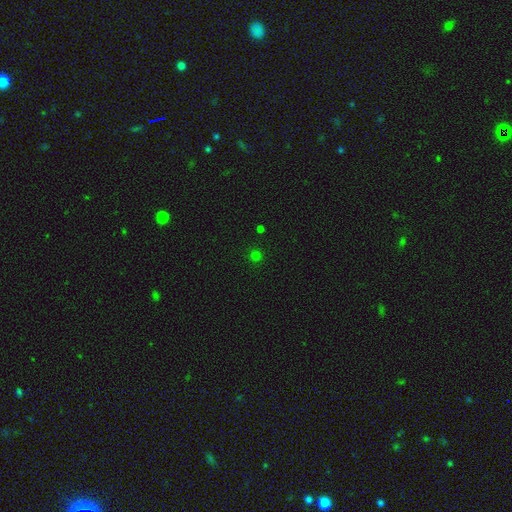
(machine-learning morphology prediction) A smooth galaxy with no disk features (72%) that is round (95%). Merging: none (92%).